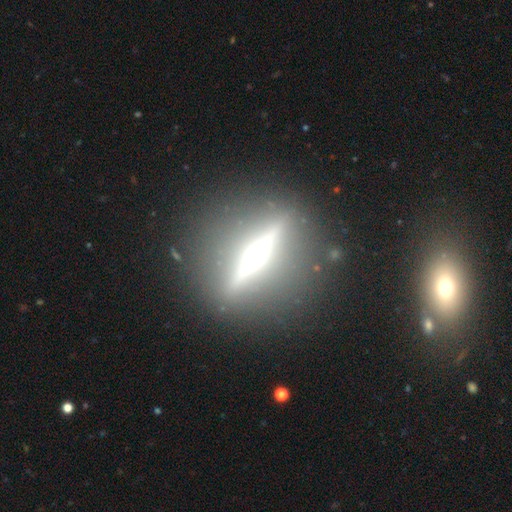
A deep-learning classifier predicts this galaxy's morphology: smooth-or-featured: featured or disk: 78% | smooth: 12% | star or artifact: 9%
  disk-edge-on: yes: 90% | no: 10%
    edge-on-bulge: rounded: 77% | none: 17% | boxy: 6%
  merging: none: 87% | minor disturbance: 7% | major disturbance: 4% | merger: 2%